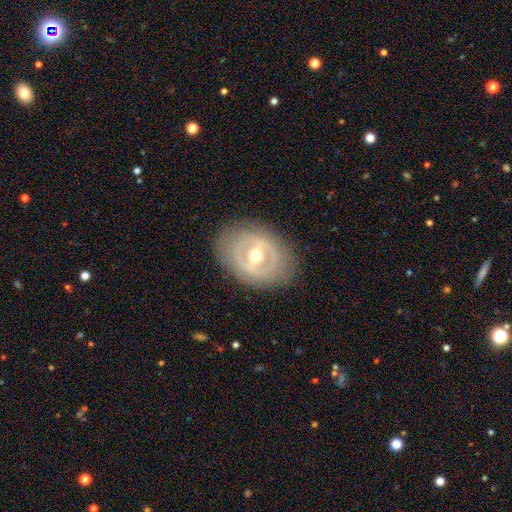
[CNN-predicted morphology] featured or disk 72%, smooth 22%, star or artifact 6%. Down the decision tree: edge-on disk — no (93%); bar — strong (41%); spiral arms — no (74%); bulge size — moderate (70%); merging — none (80%).